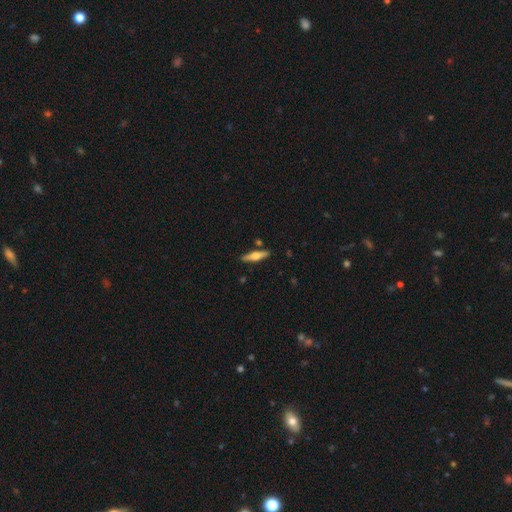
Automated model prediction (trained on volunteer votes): Smooth or featured?
  - featured or disk: 52% *
  - smooth: 42%
  - star or artifact: 6%
Edge-on disk?
  - yes: 95% *
  - no: 5%
Merging?
  - none: 86% *
  - minor disturbance: 9%
  - merger: 3%
  - major disturbance: 2%